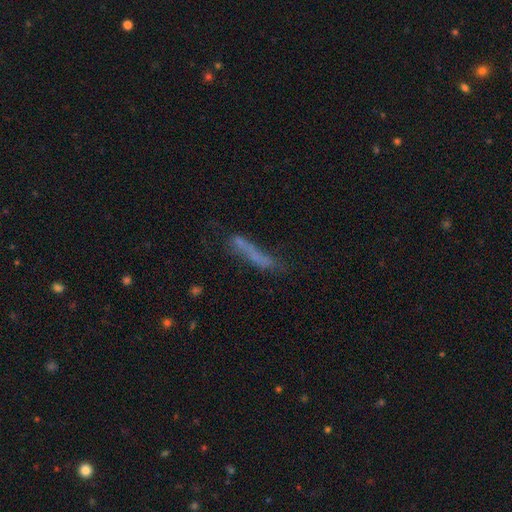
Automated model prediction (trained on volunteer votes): Smooth or featured? smooth (53%)
How rounded? cigar-shaped (85%)
Merging? none (45%)